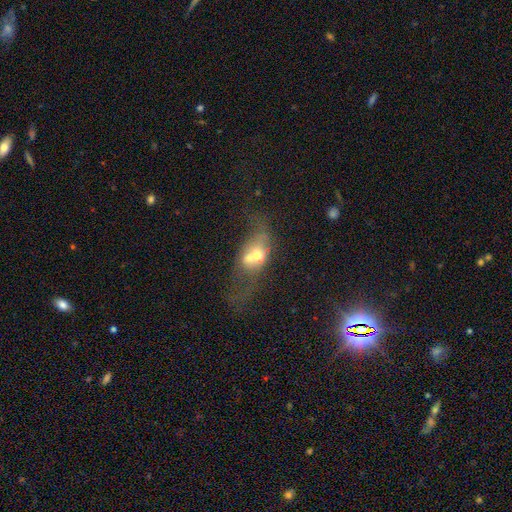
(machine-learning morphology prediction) Smooth or featured?
  - smooth: 46% *
  - featured or disk: 43%
  - star or artifact: 11%
Merging?
  - merger: 66% *
  - none: 14%
  - major disturbance: 12%
  - minor disturbance: 8%